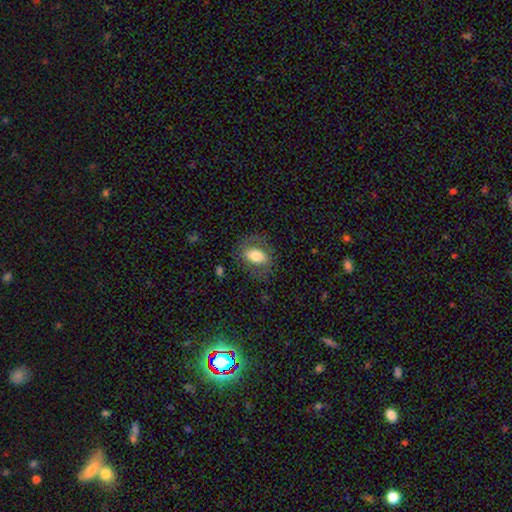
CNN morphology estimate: Smooth or featured? smooth (61%)
How rounded? in between (82%)
Merging? none (69%)